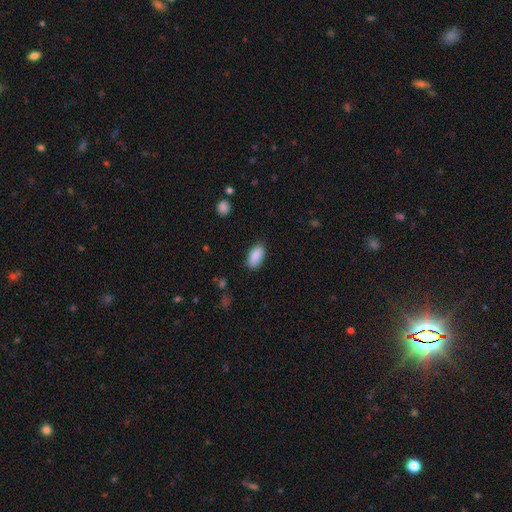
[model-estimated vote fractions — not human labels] A smooth galaxy with no disk features (89%) that is in between round and cigar-shaped (92%).

Vote fractions:
- Smooth or featured? smooth: 89% / star or artifact: 7% / featured or disk: 4%
- How rounded? in between: 92% / cigar-shaped: 5% / round: 3%
- Merging? none: 84% / minor disturbance: 12% / major disturbance: 3% / merger: 1%